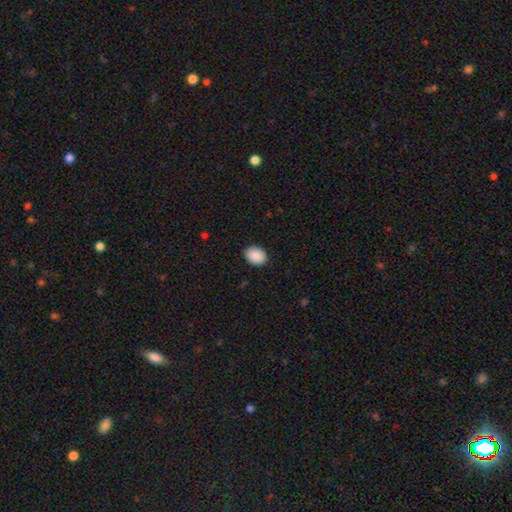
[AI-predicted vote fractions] This appears to be a smooth galaxy with no disk features (90%) that is in between round and cigar-shaped (58%). Merging: none (89%).